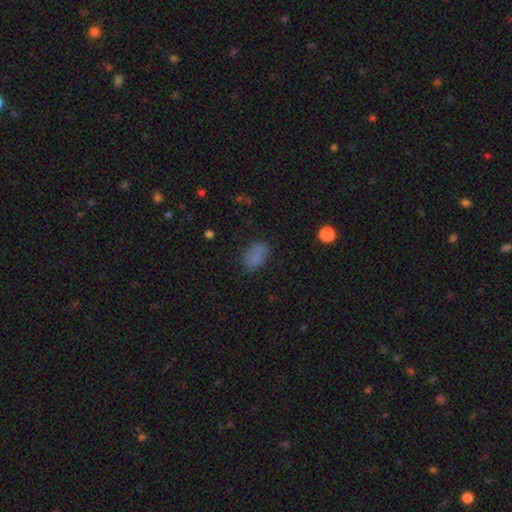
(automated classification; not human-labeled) Q: Smooth or featured?
A: smooth (80%); runner-up: star or artifact (14%)
Q: How rounded?
A: in between (90%); runner-up: round (8%)
Q: Merging?
A: none (73%); runner-up: minor disturbance (19%)